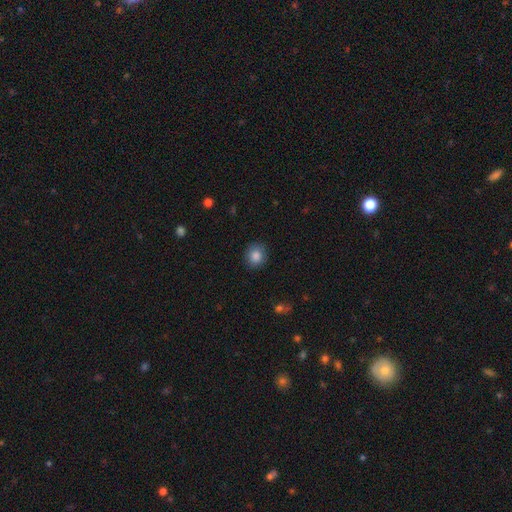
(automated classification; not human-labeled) This appears to be a smooth galaxy with no disk features (86%) that is round (81%). Merging: none (87%).